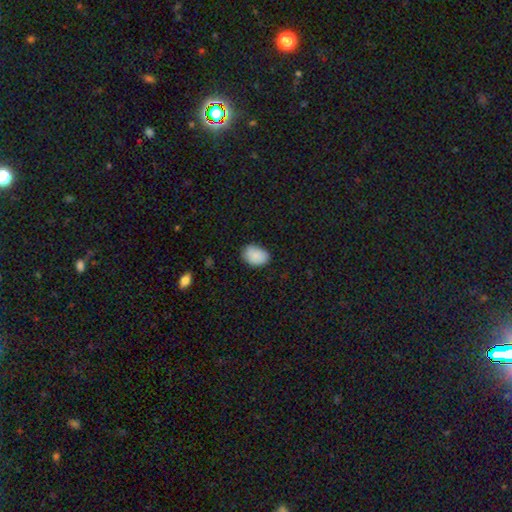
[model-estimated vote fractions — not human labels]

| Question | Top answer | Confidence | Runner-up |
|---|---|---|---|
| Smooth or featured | smooth | 88% | star or artifact (7%) |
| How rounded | in between | 79% | round (20%) |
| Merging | none | 77% | minor disturbance (19%) |